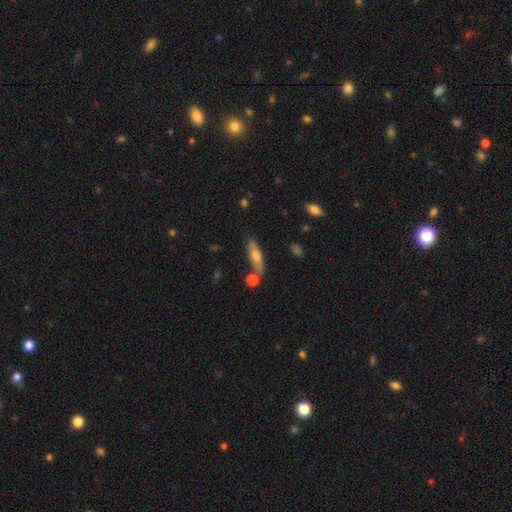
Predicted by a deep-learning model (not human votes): smooth-or-featured: smooth: 61% | featured or disk: 32% | star or artifact: 7%
  how-rounded: cigar-shaped: 56% | in between: 41% | round: 3%
  merging: none: 66% | minor disturbance: 16% | merger: 14% | major disturbance: 4%